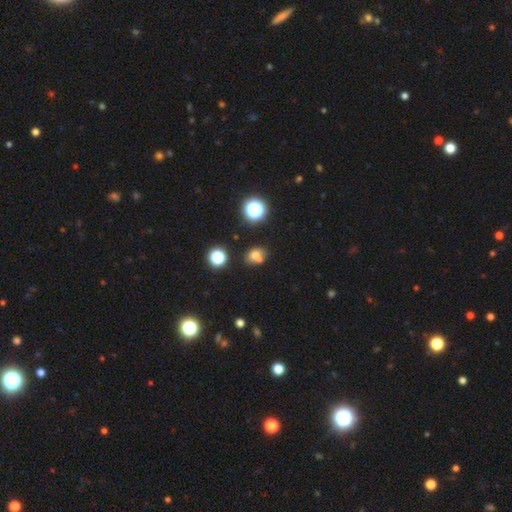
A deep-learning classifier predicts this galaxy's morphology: This appears to be a smooth galaxy with no disk features (67%) that is round (51%). Merging: none (52%).